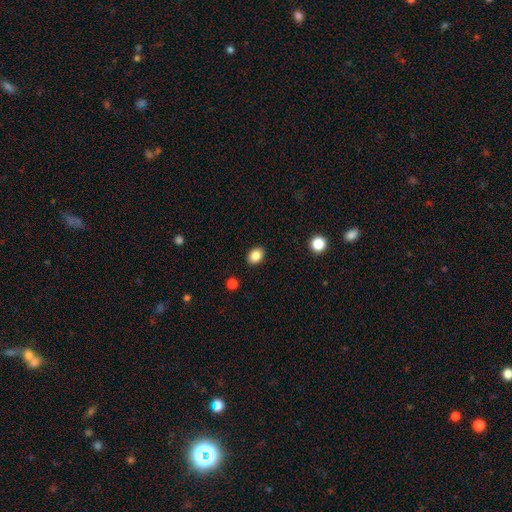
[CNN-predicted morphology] smooth-or-featured: smooth: 87% | star or artifact: 9% | featured or disk: 4%
  how-rounded: in between: 71% | round: 28% | cigar-shaped: 1%
  merging: none: 90% | minor disturbance: 7% | major disturbance: 2% | merger: 1%